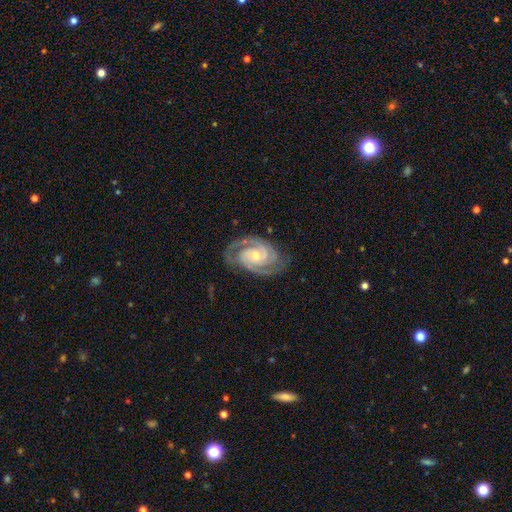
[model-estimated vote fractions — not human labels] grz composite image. It shows a featured or disk galaxy (92%) with no bar (67%), 2 (63%) tight (67%) spiral arms (98%) and a moderate central bulge (49%). Merging: none (79%).